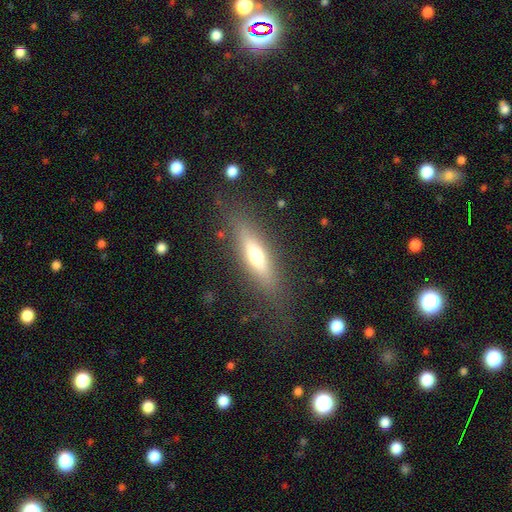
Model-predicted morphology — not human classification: This is possibly a smooth galaxy (52%). How rounded: likely cigar-shaped (62%). Merging: clearly none (81%).